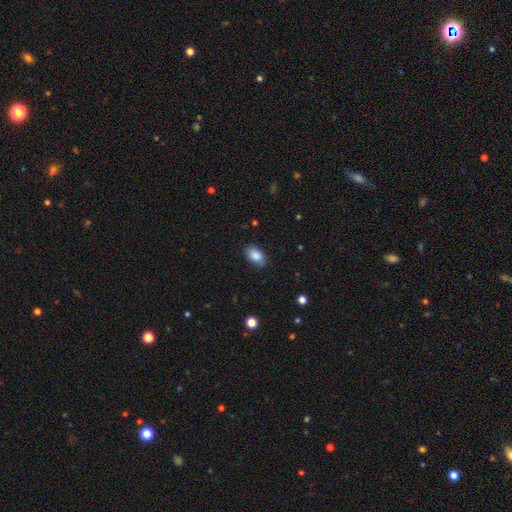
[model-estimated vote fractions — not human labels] Morphology: type=smooth (88%); roundness=in between (91%); merging=none (86%).